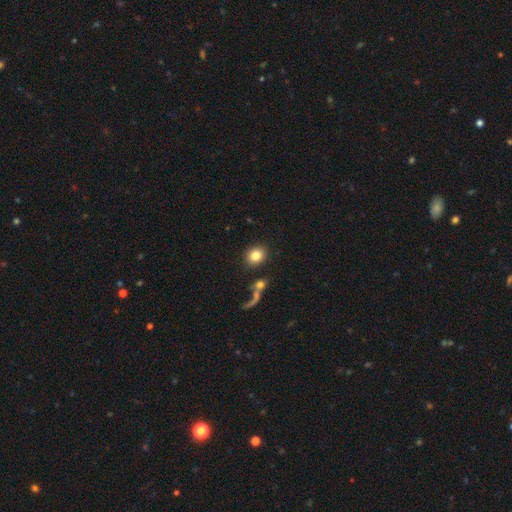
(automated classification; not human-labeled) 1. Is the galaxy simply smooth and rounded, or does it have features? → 83% smooth, 9% star or artifact, 8% featured or disk.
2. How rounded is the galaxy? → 66% round, 33% in between, 1% cigar-shaped.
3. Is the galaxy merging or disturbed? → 82% none, 7% minor disturbance, 6% merger, 4% major disturbance.